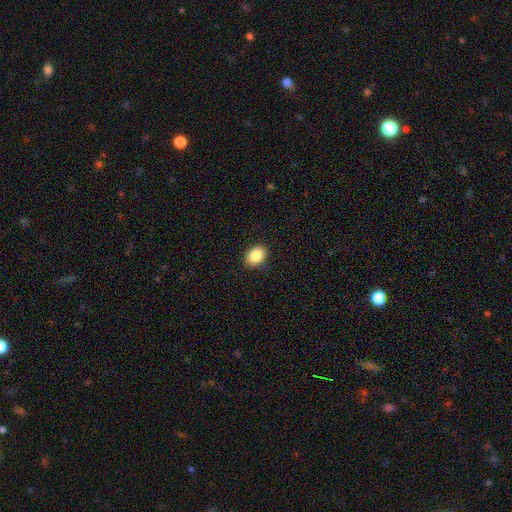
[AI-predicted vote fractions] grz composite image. It shows a smooth galaxy with no disk features (88%) that is in between round and cigar-shaped (68%). Merging: none (89%).